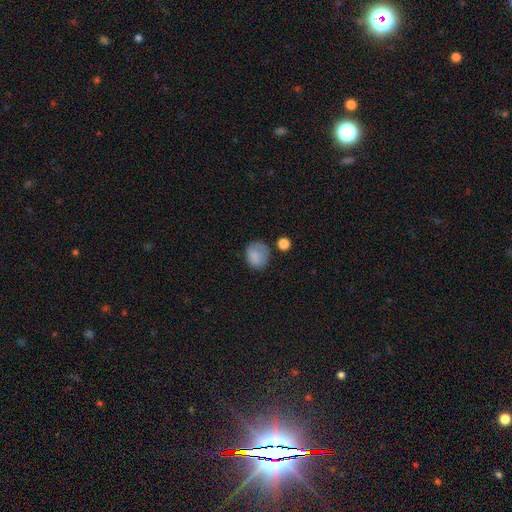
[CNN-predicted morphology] This appears to be a smooth galaxy with no disk features (83%) that is round (61%). Merging: none (62%).